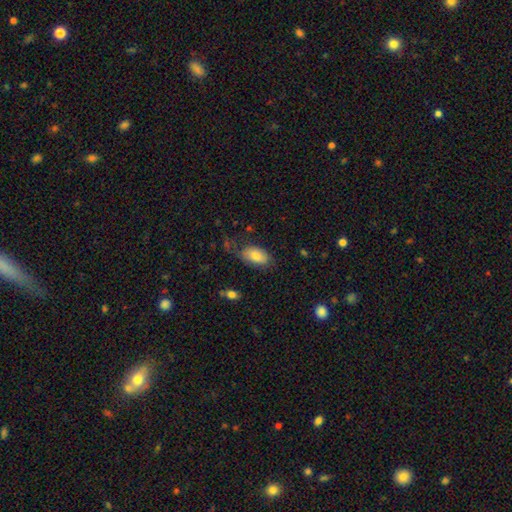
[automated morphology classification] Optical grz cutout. It shows a smooth galaxy with no disk features (78%) that is in between round and cigar-shaped (93%). Merging: none (61%).